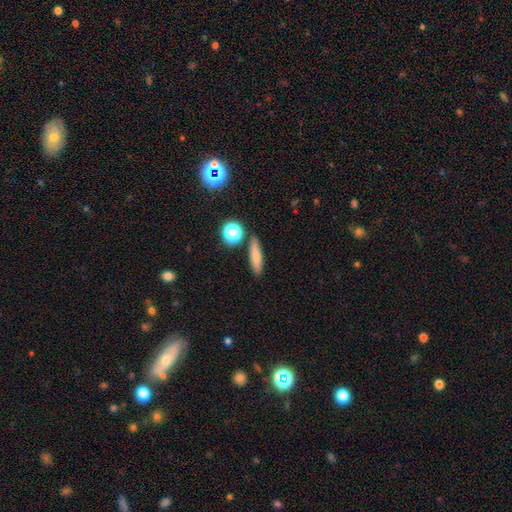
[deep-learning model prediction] Overall: smooth (77%). How rounded: cigar-shaped (65%; in between 27%). Merging: none (83%).